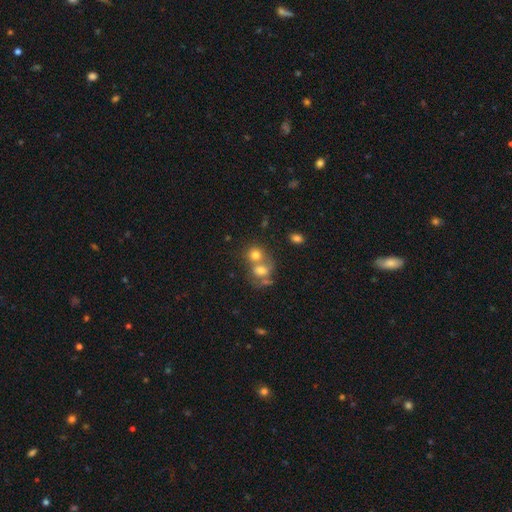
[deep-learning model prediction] Smooth or featured?
  - smooth: 66% *
  - featured or disk: 20%
  - star or artifact: 14%
How rounded?
  - round: 68% *
  - in between: 30%
  - cigar-shaped: 1%
Merging?
  - merger: 59% *
  - none: 29%
  - minor disturbance: 7%
  - major disturbance: 4%